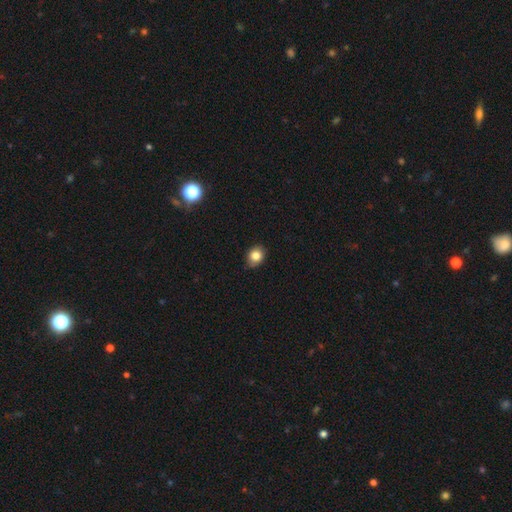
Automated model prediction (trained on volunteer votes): This is clearly a smooth galaxy (83%). How rounded: possibly round (59%). Merging: likely none (79%).